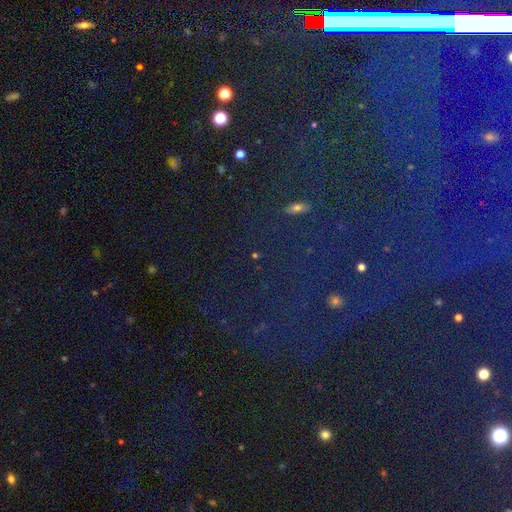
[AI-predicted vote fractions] smooth_or_featured: star or artifact (p=0.61) [alt: smooth p=0.25]